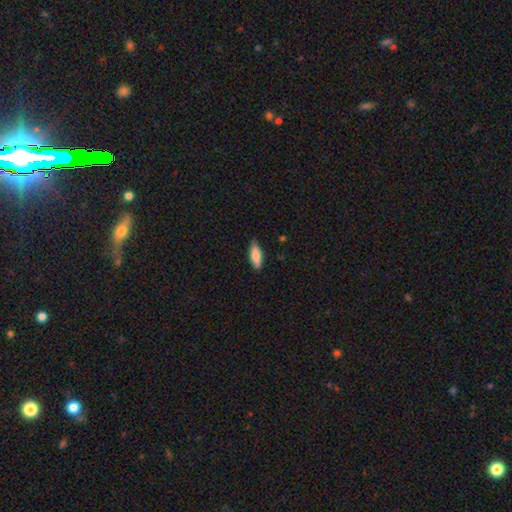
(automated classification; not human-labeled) The model was most divided on "how rounded": in between: 62%, cigar-shaped: 36%, round: 2%. More confident: merging — none (85%); smooth or featured — smooth (84%).